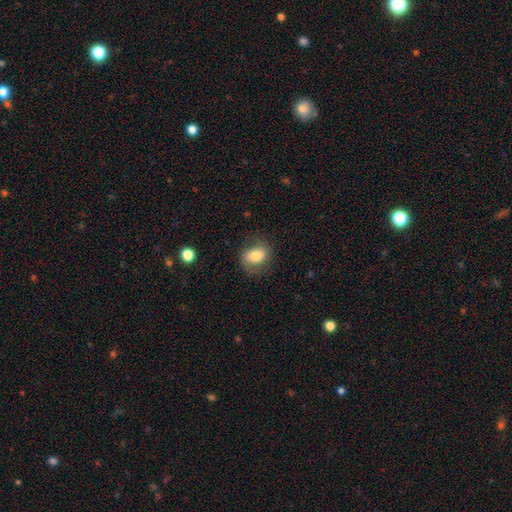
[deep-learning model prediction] Smooth or featured? Predicted: smooth (p=0.66). How rounded? Predicted: in between (p=0.64). Merging? Predicted: none (p=0.67).